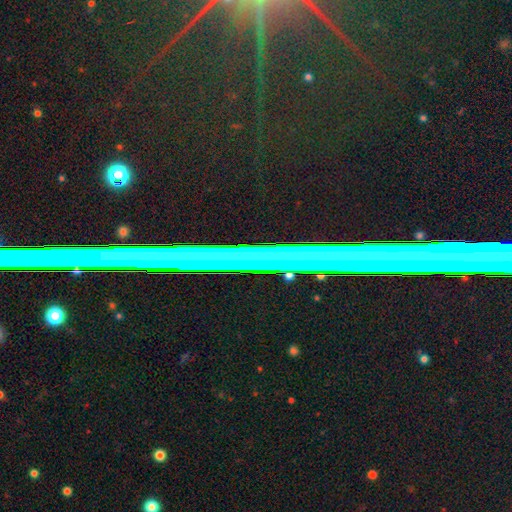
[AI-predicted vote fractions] Smooth or featured? Predicted: star or artifact (p=0.64).